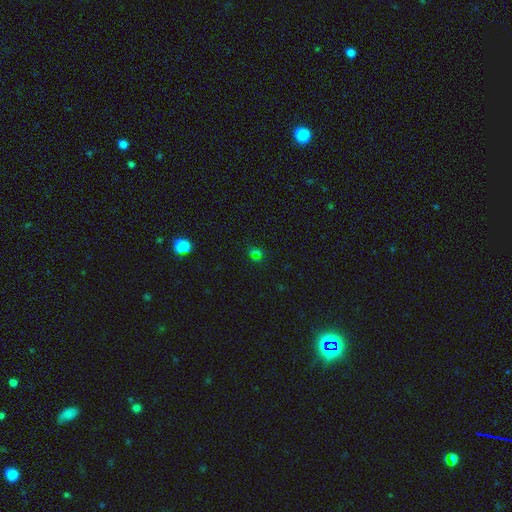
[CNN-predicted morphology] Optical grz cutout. It shows a star or artifact, not a galaxy (54%).